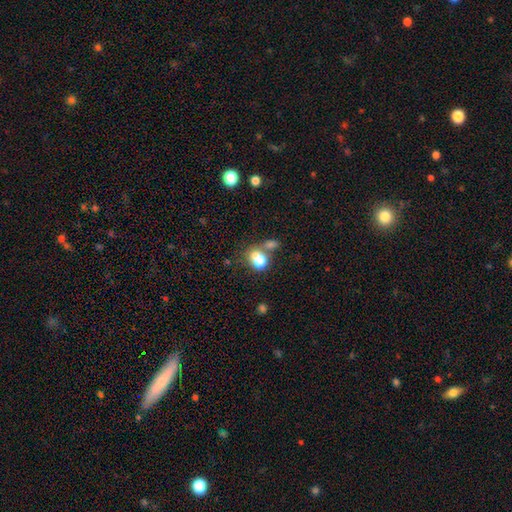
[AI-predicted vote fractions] smooth 76%, featured or disk 14%, star or artifact 10%. Down the decision tree: how rounded — in between (70%); merging — merger (44%).